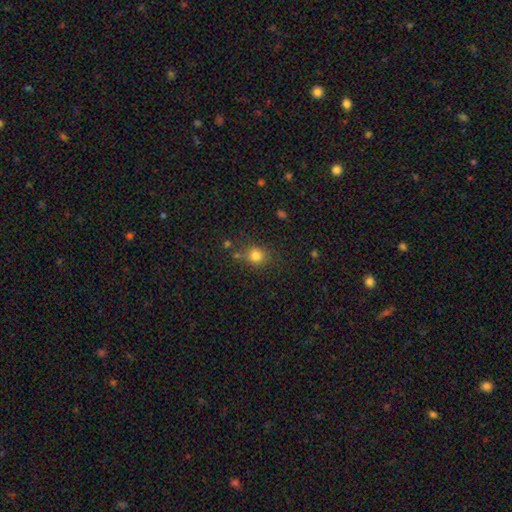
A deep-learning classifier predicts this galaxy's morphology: Overall: smooth (80%). How rounded: round (79%). Merging: none (72%).